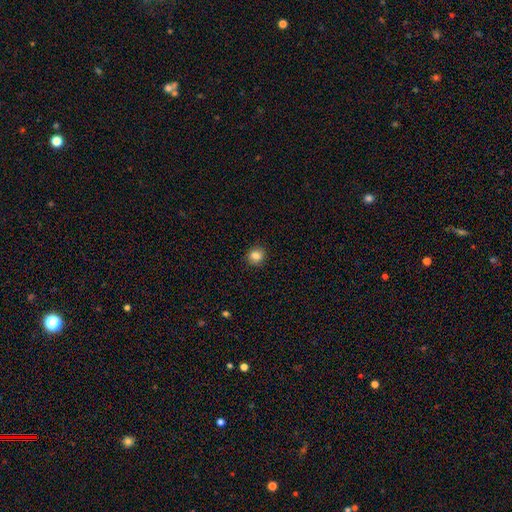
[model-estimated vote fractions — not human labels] smooth-or-featured: smooth: 84% | star or artifact: 11% | featured or disk: 6%
  how-rounded: round: 81% | in between: 18% | cigar-shaped: 1%
  merging: none: 88% | minor disturbance: 8% | major disturbance: 2% | merger: 1%